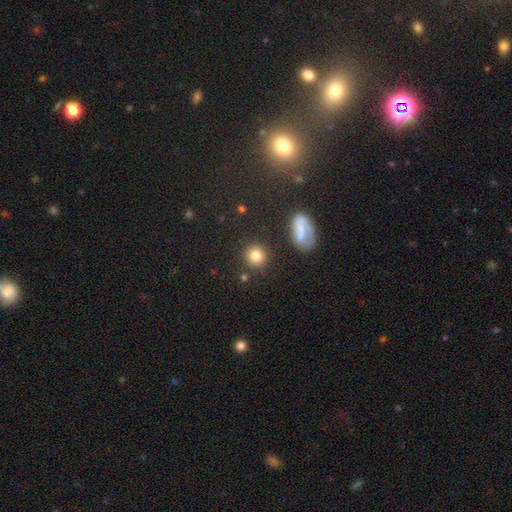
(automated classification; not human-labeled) smooth 83%, star or artifact 10%, featured or disk 7%. Down the decision tree: how rounded — round (90%); merging — none (84%).